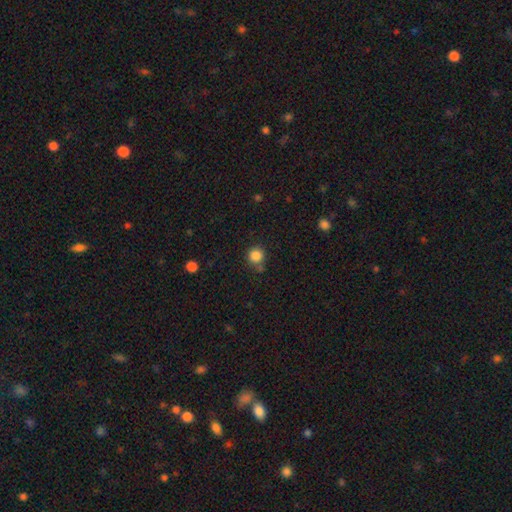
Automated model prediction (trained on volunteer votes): Overall: smooth (85%). How rounded: round (92%). Merging: none (75%).